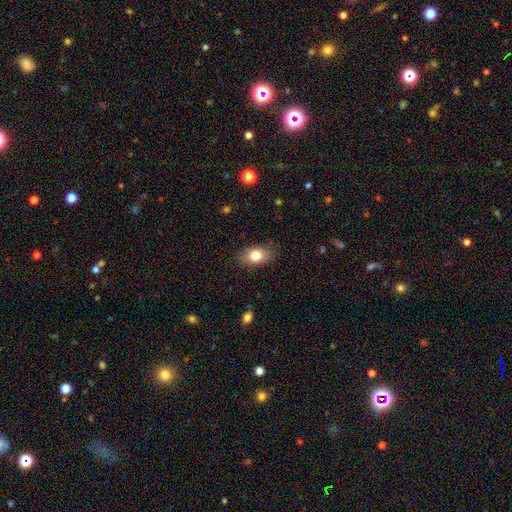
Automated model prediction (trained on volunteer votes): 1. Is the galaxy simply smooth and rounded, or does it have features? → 80% smooth, 12% featured or disk, 8% star or artifact.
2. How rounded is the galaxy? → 85% in between, 13% round, 2% cigar-shaped.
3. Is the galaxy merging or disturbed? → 85% none, 11% minor disturbance, 3% major disturbance, 1% merger.